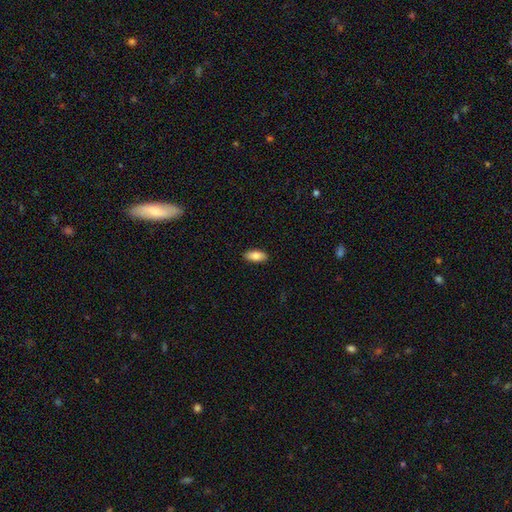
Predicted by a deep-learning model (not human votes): Morphology: type=smooth (84%); roundness=in between (88%); merging=none (90%).